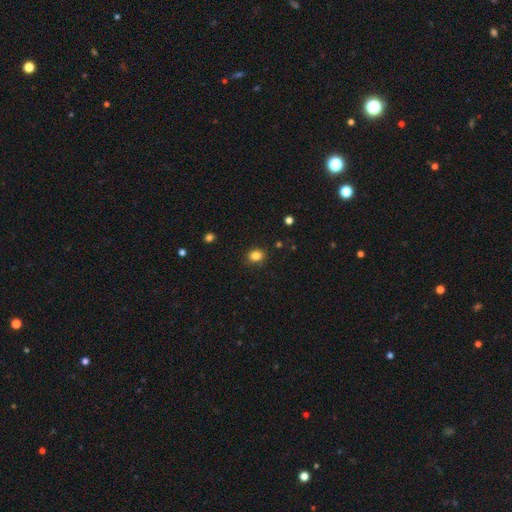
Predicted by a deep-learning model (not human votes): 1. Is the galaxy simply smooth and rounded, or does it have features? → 84% smooth, 11% star or artifact, 5% featured or disk.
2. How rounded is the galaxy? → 59% round, 41% in between, 1% cigar-shaped.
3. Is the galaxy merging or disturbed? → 87% none, 10% minor disturbance, 2% major disturbance, 1% merger.